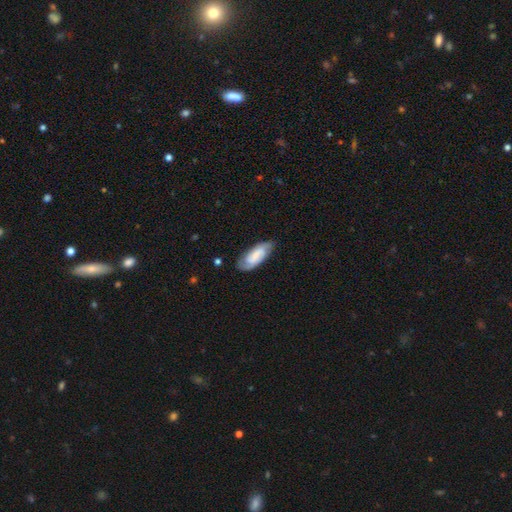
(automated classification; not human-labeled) This appears to be a featured or disk galaxy (48%). Merging: none (75%).